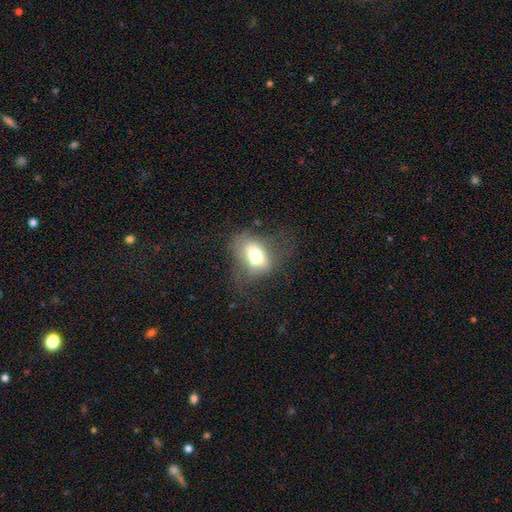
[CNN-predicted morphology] This is likely a smooth galaxy (63%). How rounded: likely in between (79%). Merging: marginally none (39%).